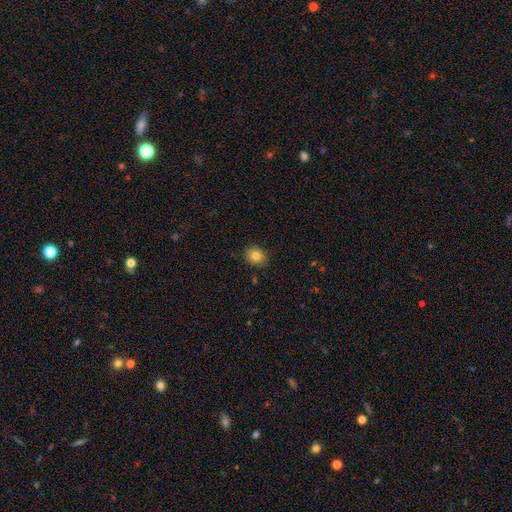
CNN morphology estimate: smooth_or_featured: smooth (p=0.82) [alt: star or artifact p=0.10]
how_rounded: round (p=0.57) [alt: in between p=0.42]
merging: none (p=0.88) [alt: minor disturbance p=0.09]